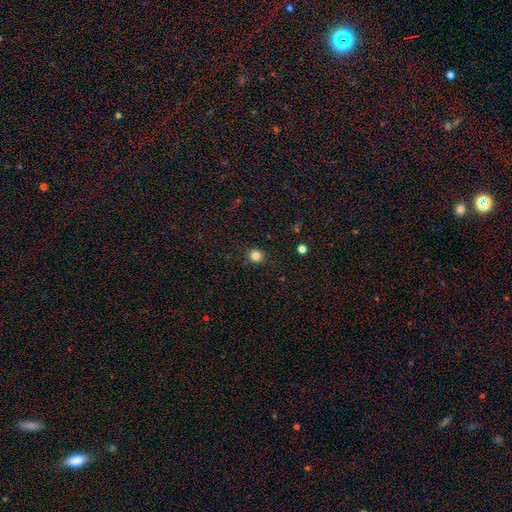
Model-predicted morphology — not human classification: type=smooth (83%); roundness=round (88%); merging=none (90%).